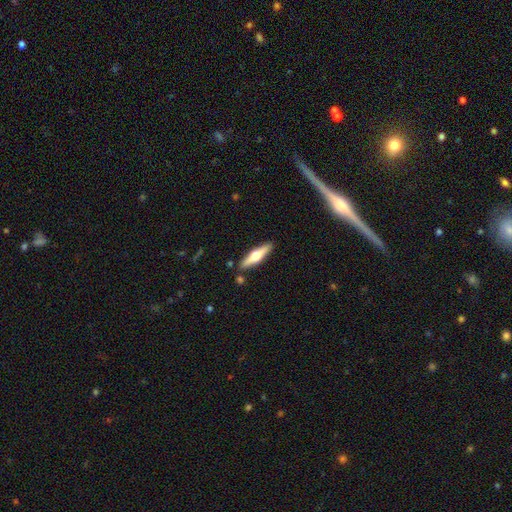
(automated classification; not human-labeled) Smooth or featured? Predicted: featured or disk (p=0.56). Edge-on disk? Predicted: yes (p=0.94). Edge-on bulge? Predicted: rounded (p=0.94). Merging? Predicted: none (p=0.87).